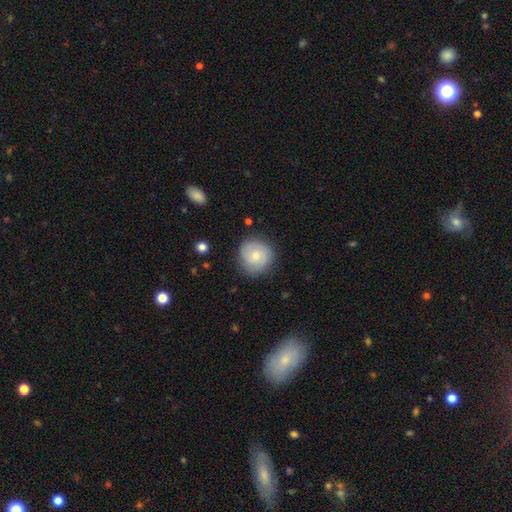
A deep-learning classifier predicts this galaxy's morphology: Smooth or featured? Predicted: smooth (p=0.65). How rounded? Predicted: round (p=0.91). Merging? Predicted: none (p=0.82).